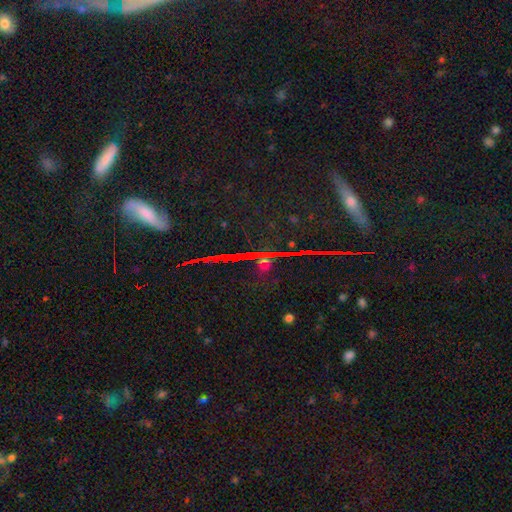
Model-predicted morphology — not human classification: A star or artifact, not a galaxy (58%).

Vote fractions:
- Smooth or featured? star or artifact: 58% / featured or disk: 25% / smooth: 16%